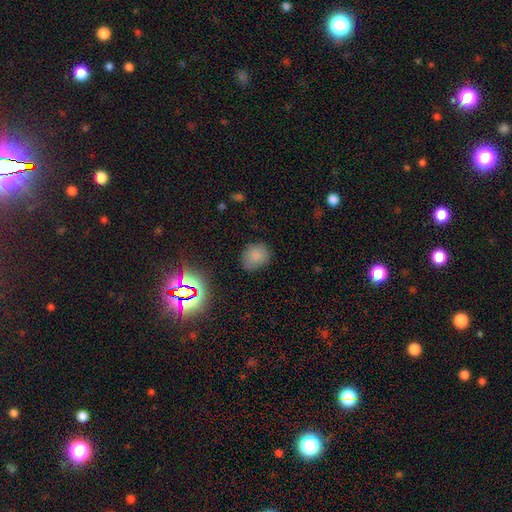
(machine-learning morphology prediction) A smooth galaxy with no disk features (78%) that is round (62%).

Vote fractions:
- Smooth or featured? smooth: 78% / star or artifact: 15% / featured or disk: 7%
- How rounded? round: 62% / in between: 37% / cigar-shaped: 1%
- Merging? none: 76% / minor disturbance: 18% / major disturbance: 4% / merger: 2%